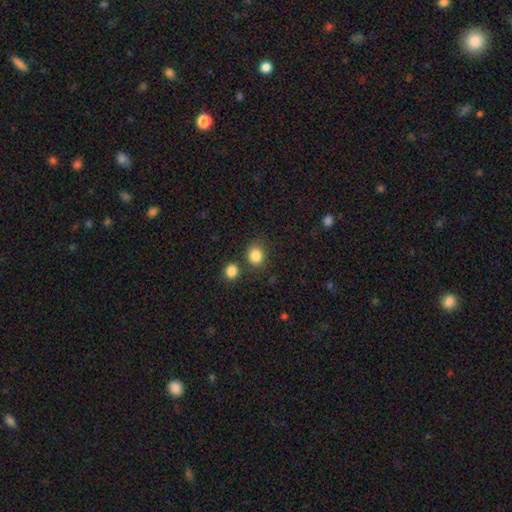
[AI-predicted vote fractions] Smooth or featured? Predicted: smooth (p=0.85). How rounded? Predicted: round (p=0.70). Merging? Predicted: none (p=0.74).